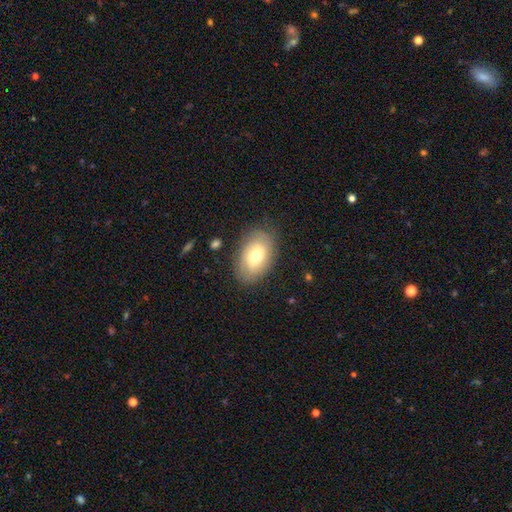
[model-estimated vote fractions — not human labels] Overall: smooth (64%; featured or disk 28%). How rounded: in between (87%). Merging: none (81%).